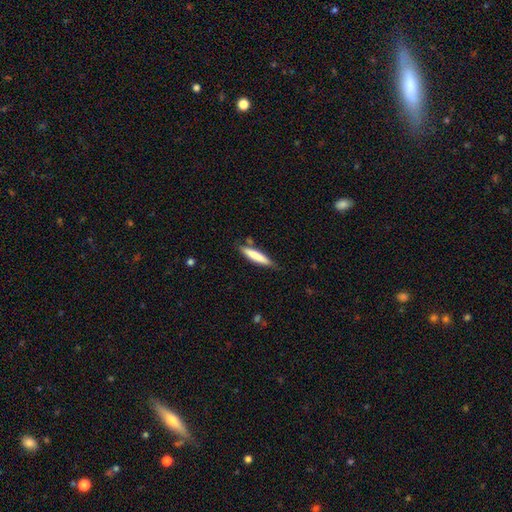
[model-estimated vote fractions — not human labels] smooth_or_featured: smooth (p=0.76) [alt: featured or disk p=0.19]
how_rounded: cigar-shaped (p=0.87) [alt: in between p=0.12]
merging: none (p=0.78) [alt: minor disturbance p=0.16]